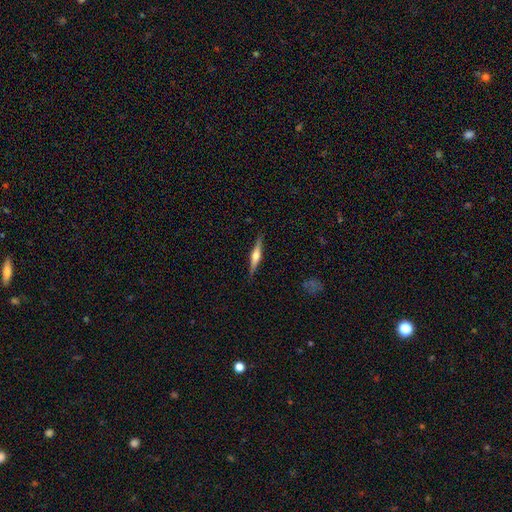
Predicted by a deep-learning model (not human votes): Smooth or featured?
  - featured or disk: 65% *
  - smooth: 29%
  - star or artifact: 6%
Edge-on disk?
  - yes: 97% *
  - no: 3%
Edge-on bulge?
  - rounded: 88% *
  - boxy: 8%
  - none: 4%
Merging?
  - none: 88% *
  - minor disturbance: 9%
  - major disturbance: 2%
  - merger: 1%